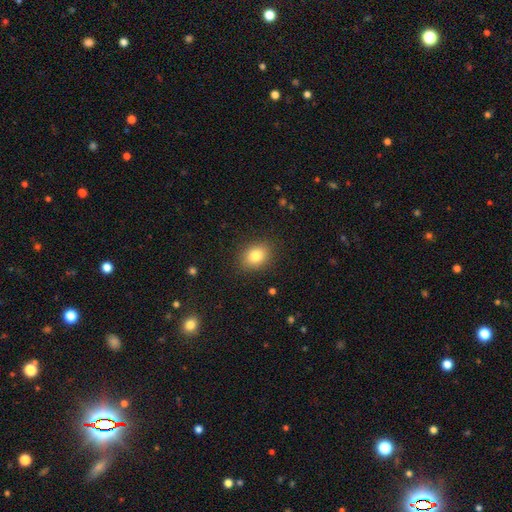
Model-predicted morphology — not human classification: Overall: smooth (82%). How rounded: in between (61%; round 38%). Merging: none (87%).